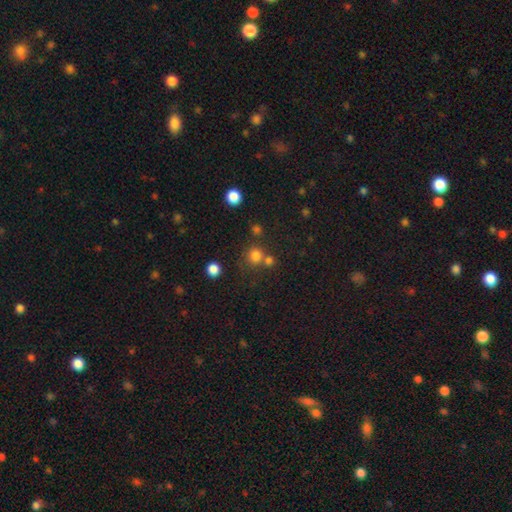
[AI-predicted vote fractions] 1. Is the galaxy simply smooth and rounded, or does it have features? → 78% smooth, 16% star or artifact, 6% featured or disk.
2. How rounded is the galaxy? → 89% round, 10% in between, 1% cigar-shaped.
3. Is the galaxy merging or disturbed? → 64% none, 24% merger, 8% minor disturbance, 4% major disturbance.